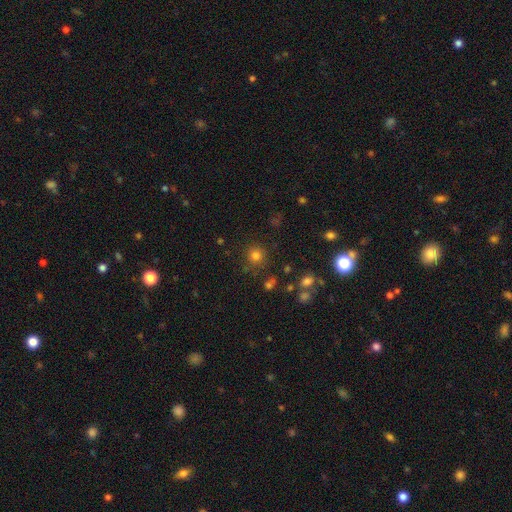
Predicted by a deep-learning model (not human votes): Smooth or featured: smooth — 78% (star or artifact — 16%)
How rounded: round — 92% (in between — 7%)
Merging: none — 83% (minor disturbance — 10%)